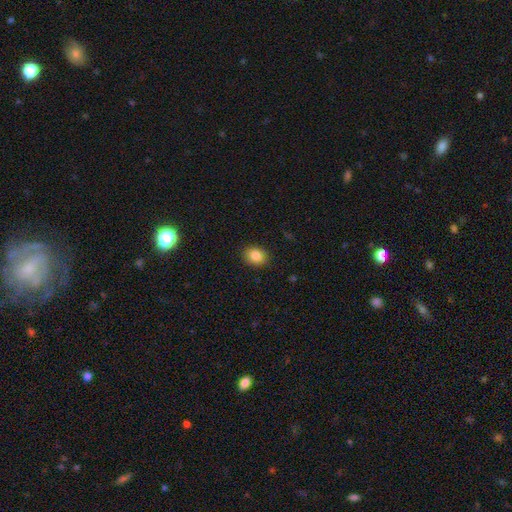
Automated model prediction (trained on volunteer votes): A smooth galaxy with no disk features (85%) that is round (52%).

Vote fractions:
- Smooth or featured? smooth: 85% / star or artifact: 10% / featured or disk: 5%
- How rounded? round: 52% / in between: 47% / cigar-shaped: 1%
- Merging? none: 88% / minor disturbance: 8% / major disturbance: 2% / merger: 1%